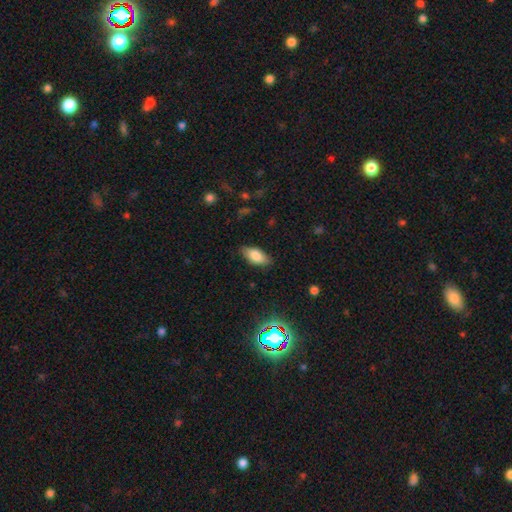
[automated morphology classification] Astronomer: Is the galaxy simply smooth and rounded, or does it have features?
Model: smooth — 82%.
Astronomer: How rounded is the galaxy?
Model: in between — 87%.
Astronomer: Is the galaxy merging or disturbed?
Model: none — 84%.